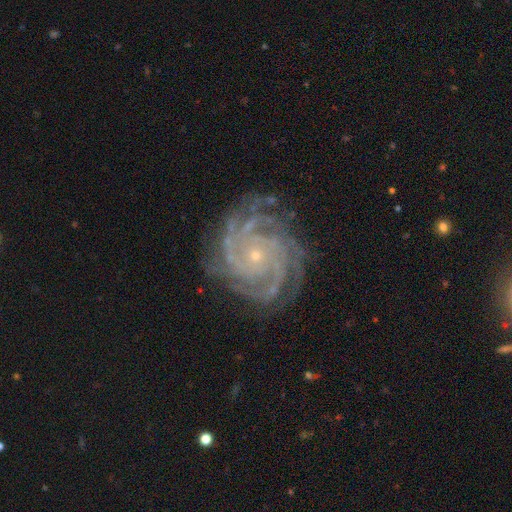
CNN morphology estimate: This is clearly a featured or disk galaxy (91%). It is clearly not viewed edge-on (98%). Bar: likely no (79%). Spiral arm pattern: clearly yes (98%). Spiral arm count: marginally 4 (31%). Spiral winding: likely tight (74%). Central bulge: clearly small (85%). Merging: likely none (78%).